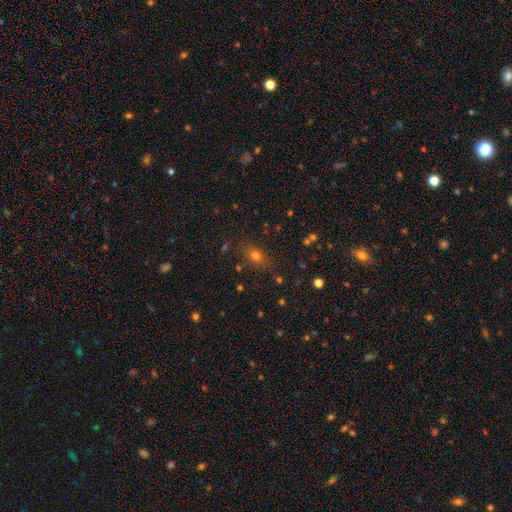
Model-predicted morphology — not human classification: A smooth galaxy with no disk features (67%) that is in between round and cigar-shaped (61%). Merging: none (81%).